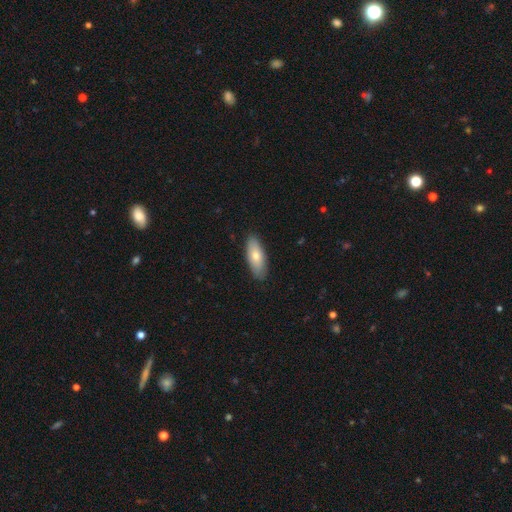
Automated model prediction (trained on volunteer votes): The model was most divided on "how rounded": in between: 72%, cigar-shaped: 26%, round: 2%. More confident: merging — none (87%); smooth or featured — smooth (73%).